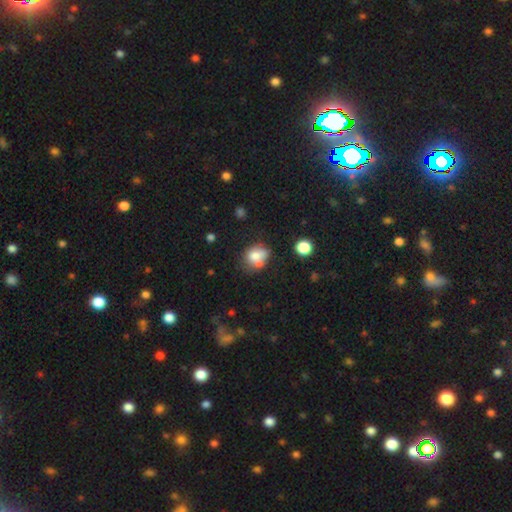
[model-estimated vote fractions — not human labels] smooth 72%, featured or disk 17%, star or artifact 11%. Down the decision tree: how rounded — round (50%); merging — none (42%).